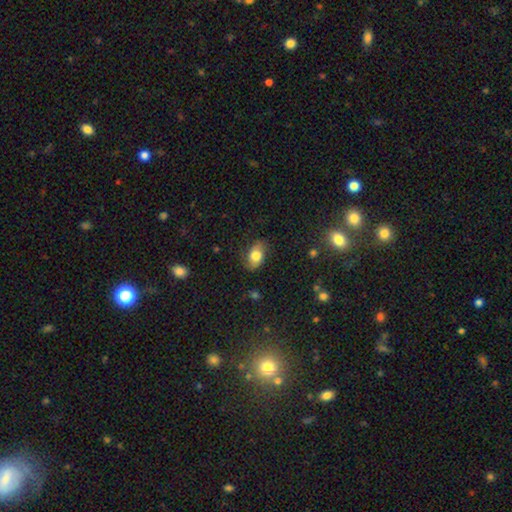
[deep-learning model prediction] Morphology: type=smooth (73%); roundness=in between (87%); merging=none (77%).